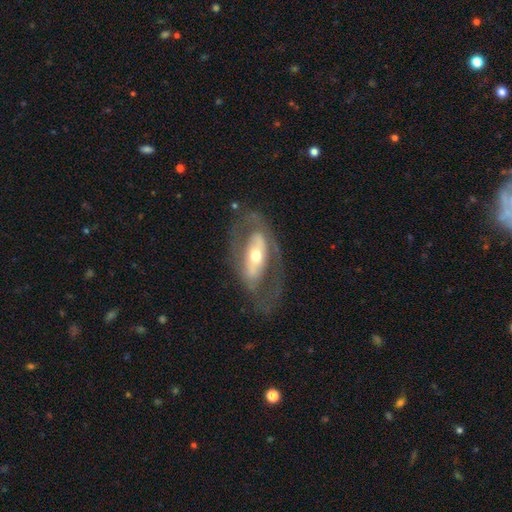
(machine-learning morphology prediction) Overall: featured or disk (74%). Edge-on disk: no (87%). Bar: strong (40%; no 38%). Spiral arms: no (56%; yes 44%). Bulge size: moderate (57%; small 33%). Merging: none (65%).